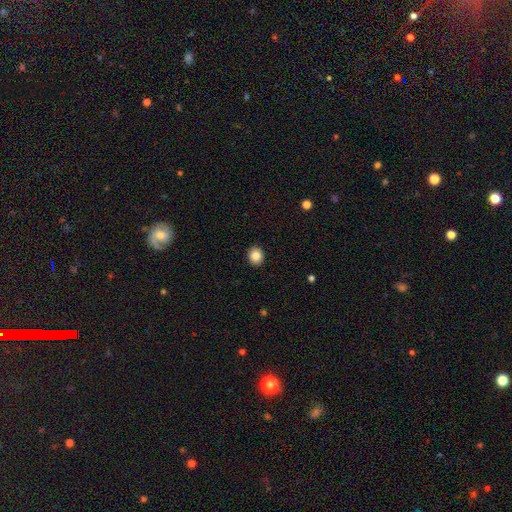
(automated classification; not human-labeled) A smooth galaxy with no disk features (85%) that is round (75%). Merging: none (92%).